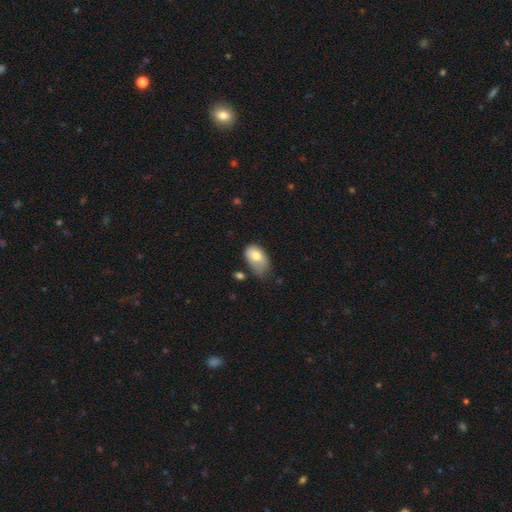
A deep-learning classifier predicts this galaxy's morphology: The model was most divided on "merging": minor disturbance: 46%, none: 24%, major disturbance: 24%, merger: 5%. More confident: how rounded — in between (90%); smooth or featured — smooth (75%).